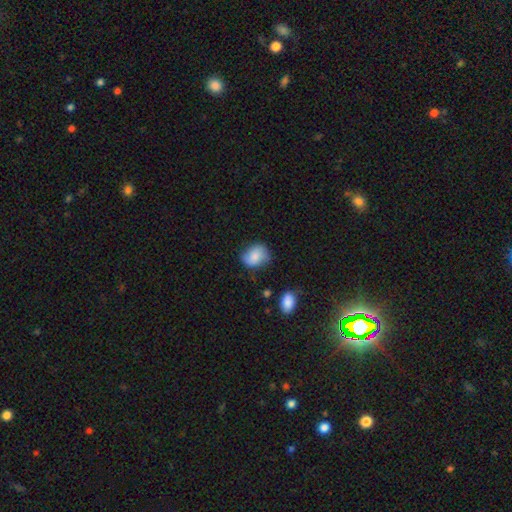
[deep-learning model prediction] smooth_or_featured: smooth (p=0.79) [alt: featured or disk p=0.13]
how_rounded: round (p=0.51) [alt: in between p=0.48]
merging: none (p=0.63) [alt: minor disturbance p=0.28]